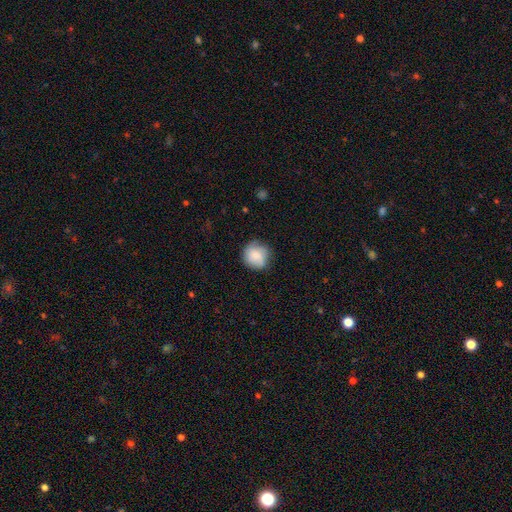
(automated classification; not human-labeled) smooth-or-featured: smooth: 74% | featured or disk: 19% | star or artifact: 7%
  how-rounded: round: 90% | in between: 9% | cigar-shaped: 1%
  merging: none: 77% | minor disturbance: 18% | major disturbance: 4% | merger: 1%